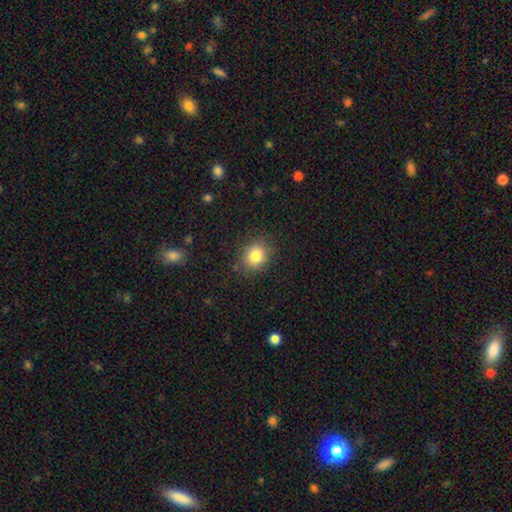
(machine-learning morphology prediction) This is clearly a smooth galaxy (83%). How rounded: likely round (69%). Merging: clearly none (84%).